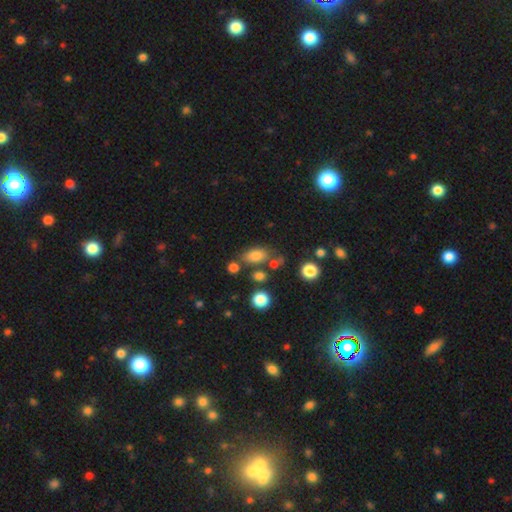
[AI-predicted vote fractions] Morphology: type=smooth (79%); roundness=in between (85%); merging=none (65%).